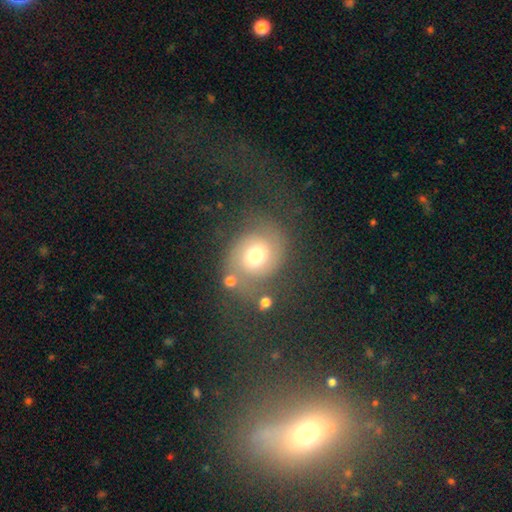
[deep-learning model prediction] Smooth or featured? featured or disk (51%)
Edge-on disk? no (97%)
Merging? none (64%)